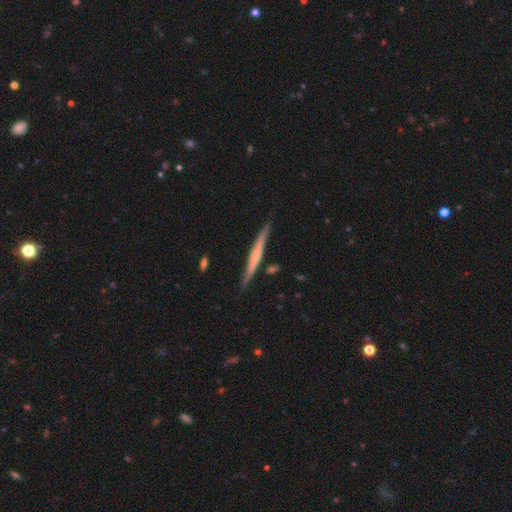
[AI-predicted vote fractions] Smooth or featured? Predicted: featured or disk (p=0.63). Edge-on disk? Predicted: yes (p=0.97). Edge-on bulge? Predicted: rounded (p=0.49). Merging? Predicted: none (p=0.86).